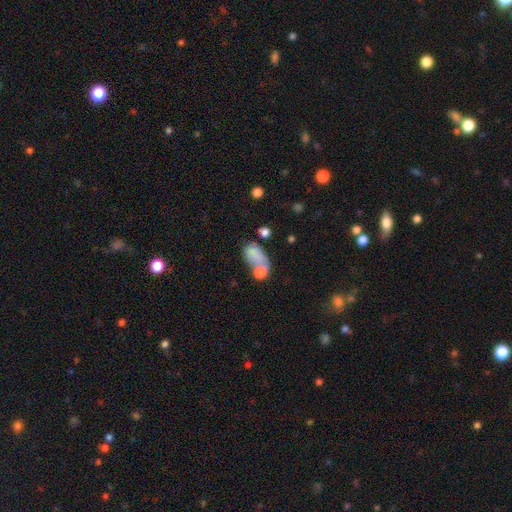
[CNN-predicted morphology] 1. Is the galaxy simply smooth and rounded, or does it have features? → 76% smooth, 14% featured or disk, 10% star or artifact.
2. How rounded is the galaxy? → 87% in between, 11% round, 2% cigar-shaped.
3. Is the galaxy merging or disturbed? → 36% merger, 29% none, 19% minor disturbance, 16% major disturbance.